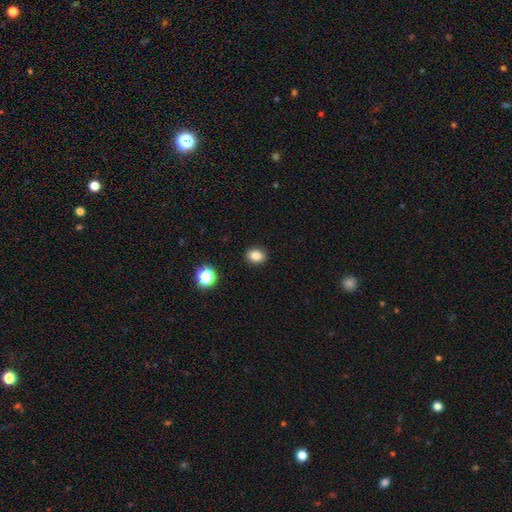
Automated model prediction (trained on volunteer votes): Smooth or featured? smooth (83%)
How rounded? in between (54%)
Merging? none (90%)